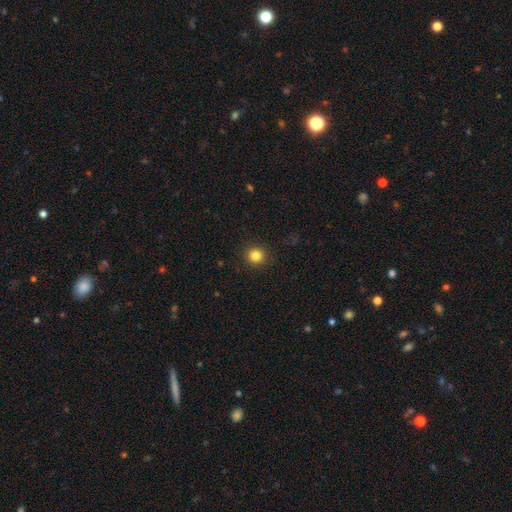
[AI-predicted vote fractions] Smooth or featured?
  - smooth: 84% *
  - star or artifact: 11%
  - featured or disk: 5%
How rounded?
  - round: 91% *
  - in between: 8%
  - cigar-shaped: 1%
Merging?
  - none: 91% *
  - minor disturbance: 6%
  - major disturbance: 2%
  - merger: 1%